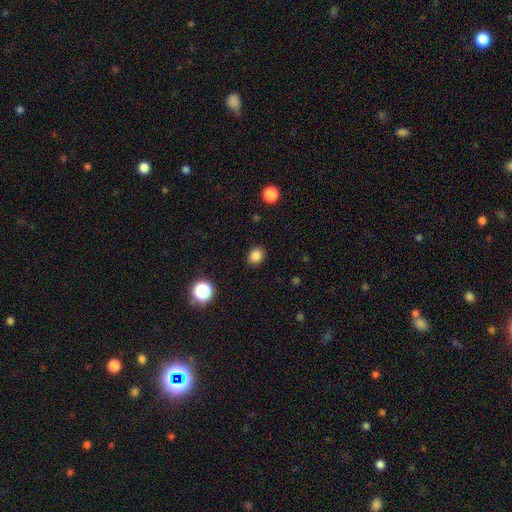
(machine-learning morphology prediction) A smooth galaxy with no disk features (84%) that is round (61%).

Vote fractions:
- Smooth or featured? smooth: 84% / star or artifact: 12% / featured or disk: 4%
- How rounded? round: 61% / in between: 38% / cigar-shaped: 1%
- Merging? none: 89% / minor disturbance: 7% / major disturbance: 2% / merger: 1%